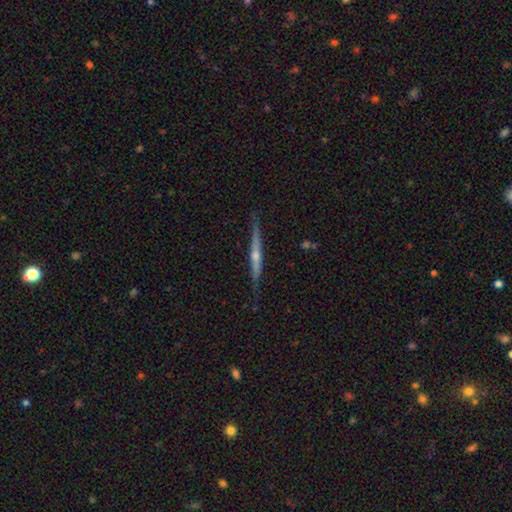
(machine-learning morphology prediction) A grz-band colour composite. It shows a featured or disk galaxy (75%) viewed edge-on (98%) with a rounded central bulge (80%). Merging: none (86%).